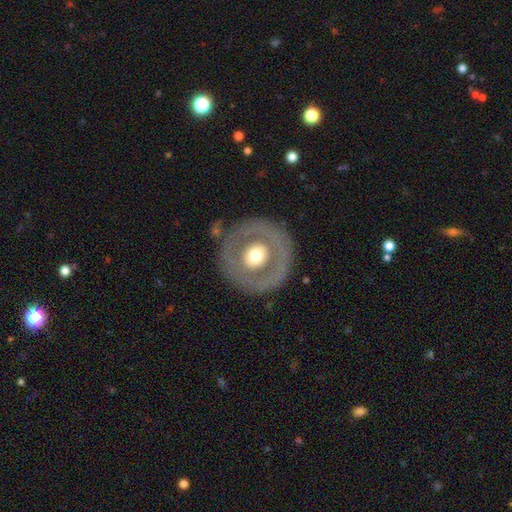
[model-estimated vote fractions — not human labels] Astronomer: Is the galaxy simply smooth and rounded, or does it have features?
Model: featured or disk — 53% (runner-up: smooth, 41%).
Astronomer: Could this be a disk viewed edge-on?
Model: no — 95%.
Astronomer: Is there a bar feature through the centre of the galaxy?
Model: no — 85%.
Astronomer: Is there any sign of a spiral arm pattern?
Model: no — 91%.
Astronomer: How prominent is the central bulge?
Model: moderate — 64%.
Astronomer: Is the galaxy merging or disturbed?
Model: none — 83%.